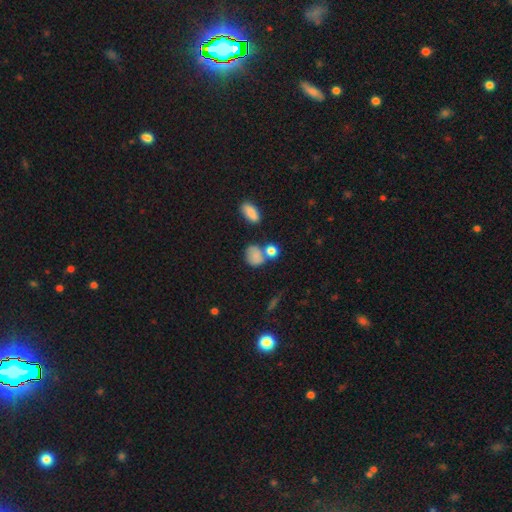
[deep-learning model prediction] This is likely a smooth galaxy (77%). How rounded: likely round (62%). Merging: possibly none (49%).